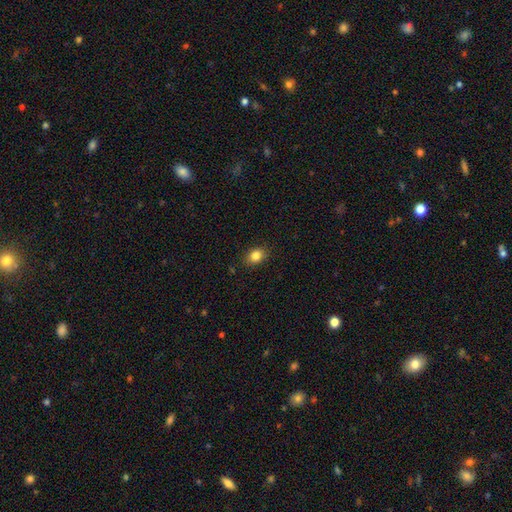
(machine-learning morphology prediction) smooth-or-featured: smooth: 84% | star or artifact: 10% | featured or disk: 6%
  how-rounded: in between: 65% | round: 34% | cigar-shaped: 1%
  merging: none: 87% | minor disturbance: 10% | major disturbance: 2% | merger: 1%